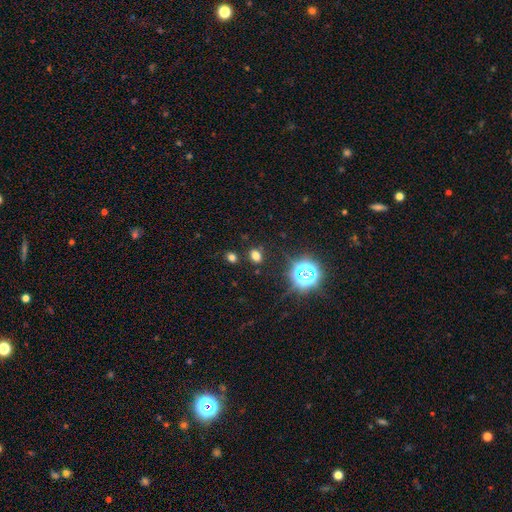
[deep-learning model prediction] smooth_or_featured: smooth (p=0.65) [alt: star or artifact p=0.28]
how_rounded: in between (p=0.61) [alt: round p=0.37]
merging: none (p=0.84) [alt: minor disturbance p=0.09]